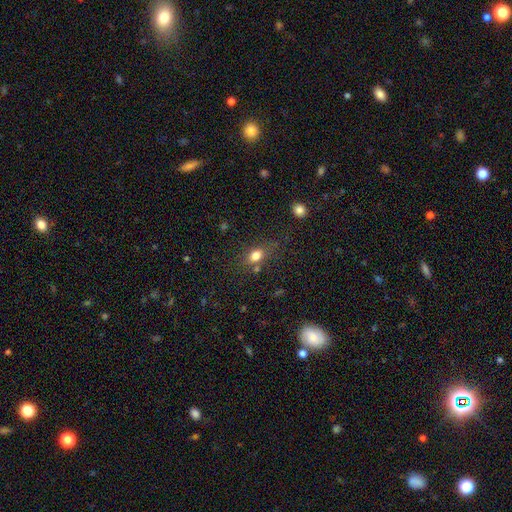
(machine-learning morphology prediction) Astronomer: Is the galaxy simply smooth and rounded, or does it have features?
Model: smooth — 78%.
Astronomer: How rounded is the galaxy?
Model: in between — 68%.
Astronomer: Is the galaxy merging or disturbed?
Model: none — 67%.